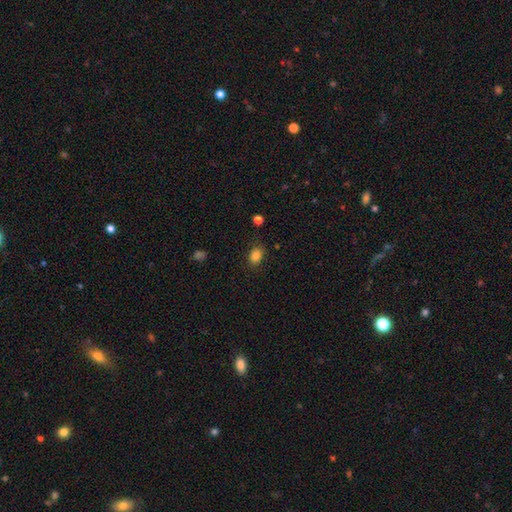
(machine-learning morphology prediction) Smooth or featured? smooth (84%)
How rounded? in between (70%)
Merging? none (81%)